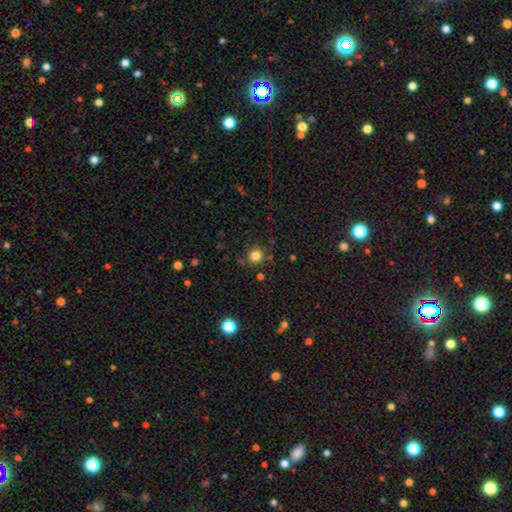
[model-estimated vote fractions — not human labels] This appears to be a smooth galaxy with no disk features (82%) that is round (87%). Merging: none (83%).